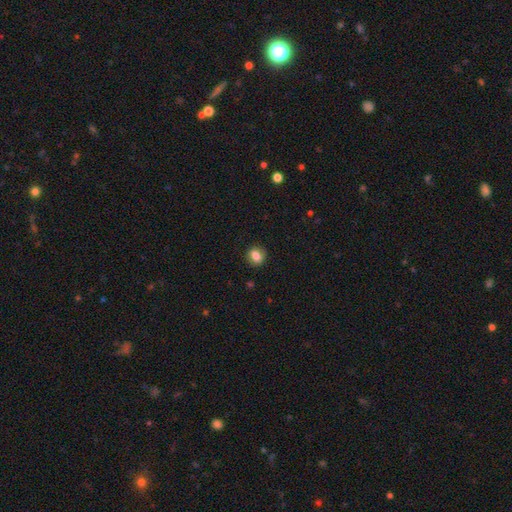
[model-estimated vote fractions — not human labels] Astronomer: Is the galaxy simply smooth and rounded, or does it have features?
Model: smooth — 80%.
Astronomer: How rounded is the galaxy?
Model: round — 74%.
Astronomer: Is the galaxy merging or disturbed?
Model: none — 86%.